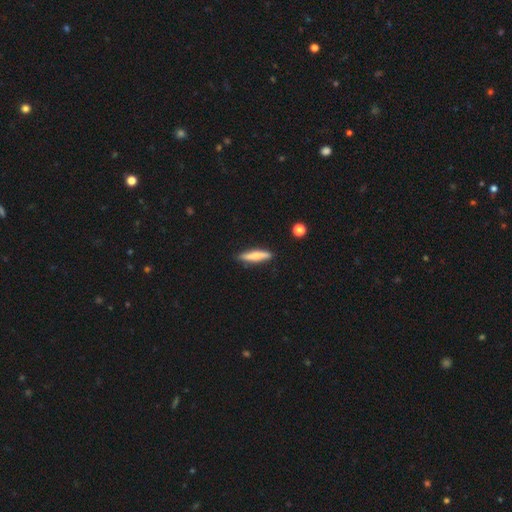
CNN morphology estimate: Smooth or featured? Predicted: smooth (p=0.71). How rounded? Predicted: cigar-shaped (p=0.85). Merging? Predicted: none (p=0.86).